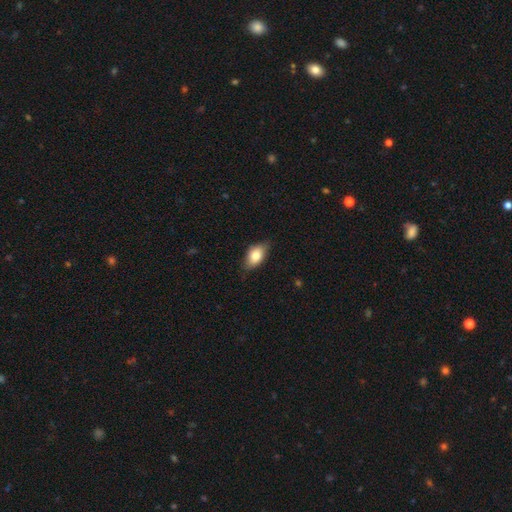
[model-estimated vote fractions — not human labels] Smooth or featured? Predicted: smooth (p=0.77). How rounded? Predicted: in between (p=0.88). Merging? Predicted: none (p=0.76).